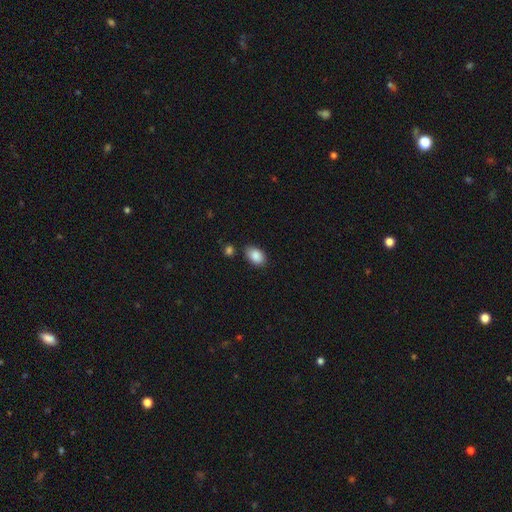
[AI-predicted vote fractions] Smooth or featured? smooth (88%)
How rounded? in between (87%)
Merging? none (78%)